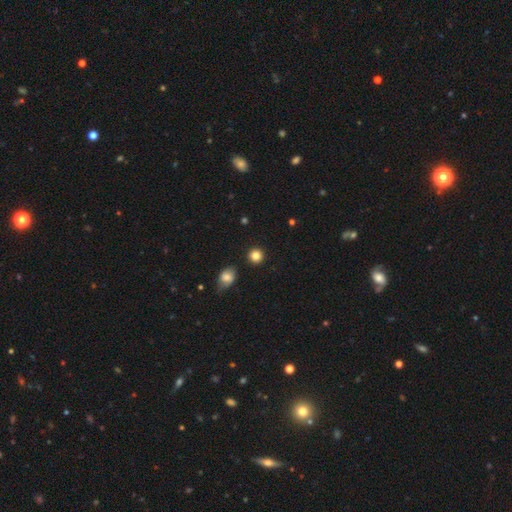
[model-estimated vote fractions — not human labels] This appears to be a smooth galaxy with no disk features (84%) that is round (92%). Merging: none (89%).